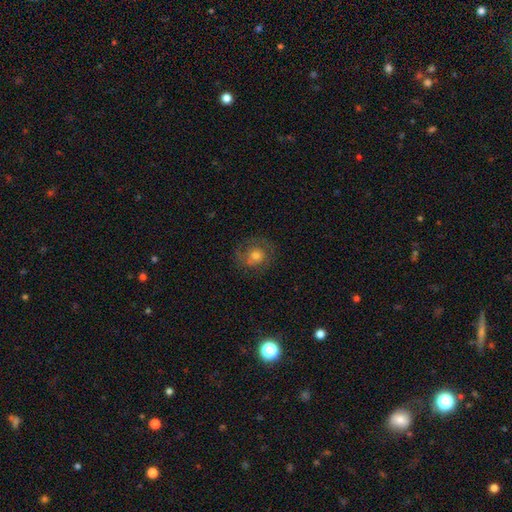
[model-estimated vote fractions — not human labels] Q: Smooth or featured?
A: featured or disk (50%); runner-up: smooth (38%)
Q: Merging?
A: none (72%); runner-up: minor disturbance (16%)